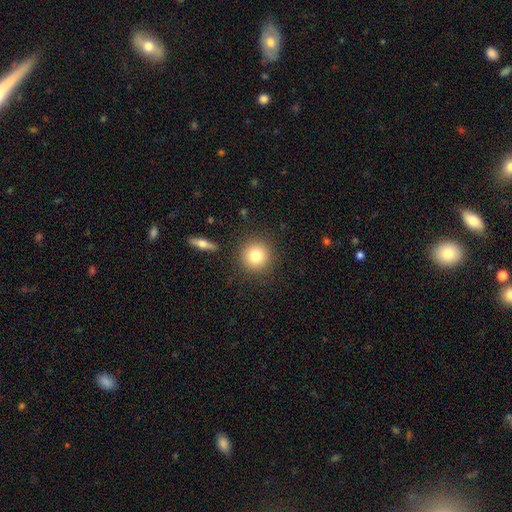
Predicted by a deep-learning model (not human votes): A smooth galaxy with no disk features (79%) that is round (94%). Merging: none (88%).